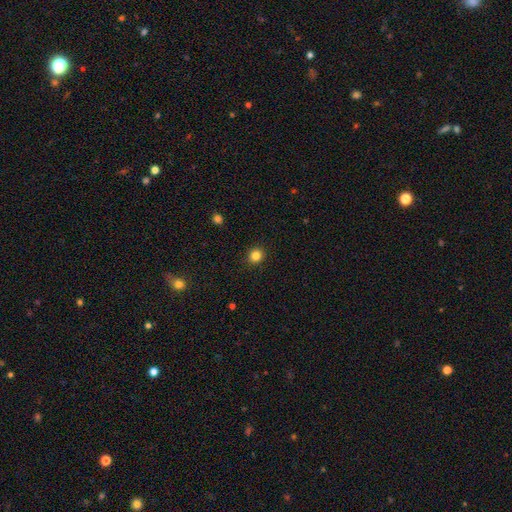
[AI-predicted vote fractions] Smooth or featured: smooth — 83% (star or artifact — 12%)
How rounded: round — 87% (in between — 12%)
Merging: none — 92% (minor disturbance — 5%)